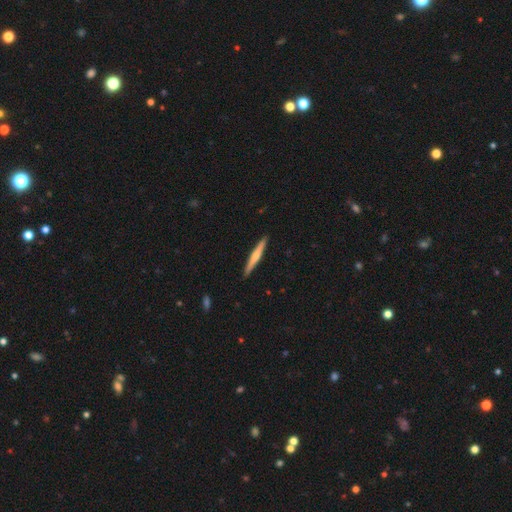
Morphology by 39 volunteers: A featured or disk galaxy (51%) viewed edge-on (100%) with a rounded central bulge (55%). Merging: none (100%).